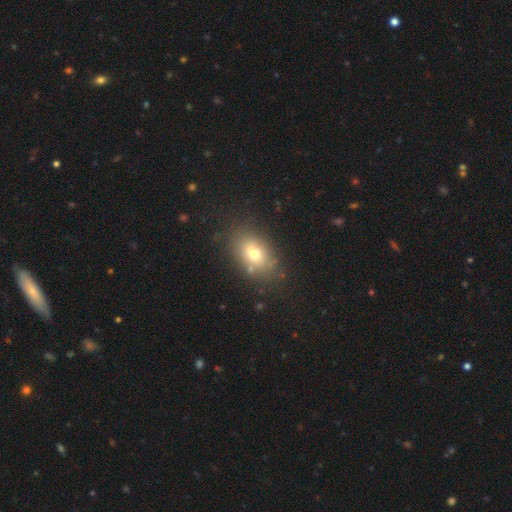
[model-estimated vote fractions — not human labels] Smooth or featured? Predicted: smooth (p=0.68). How rounded? Predicted: in between (p=0.78). Merging? Predicted: none (p=0.79).